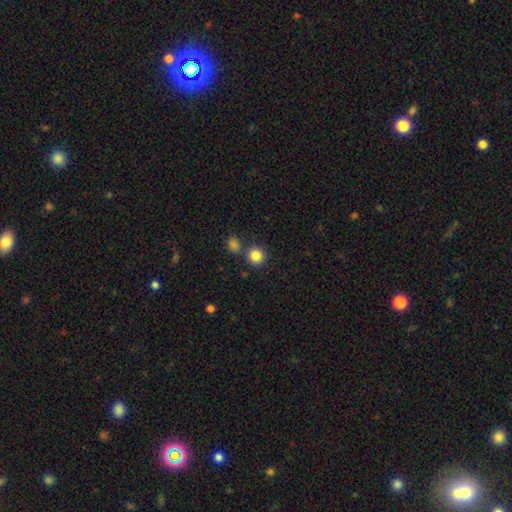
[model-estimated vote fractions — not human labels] Q: Smooth or featured?
A: smooth (85%); runner-up: star or artifact (11%)
Q: How rounded?
A: round (90%); runner-up: in between (9%)
Q: Merging?
A: none (74%); runner-up: merger (15%)